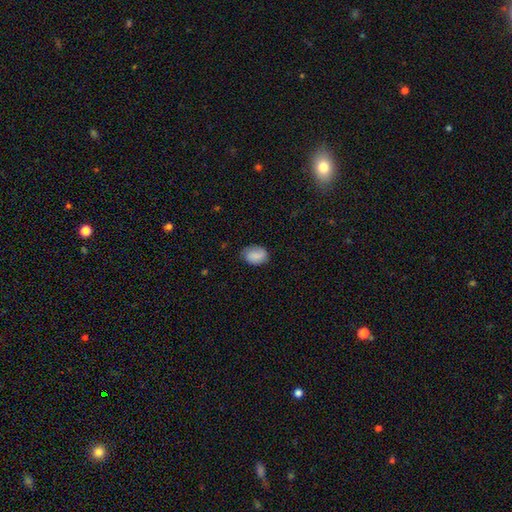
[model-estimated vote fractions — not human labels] Smooth or featured: smooth — 83% (featured or disk — 10%)
How rounded: in between — 76% (round — 23%)
Merging: none — 72% (minor disturbance — 22%)